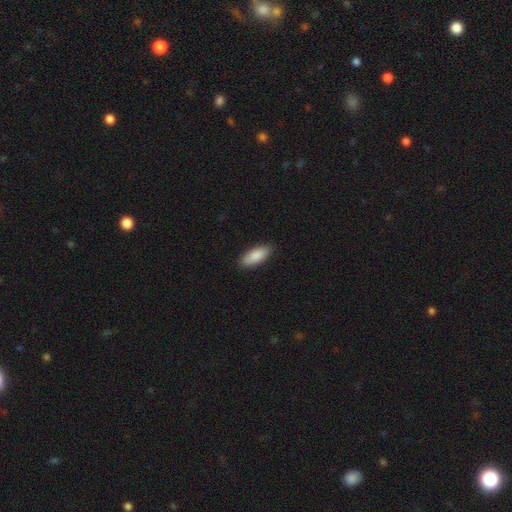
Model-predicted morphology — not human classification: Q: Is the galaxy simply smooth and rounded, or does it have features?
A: smooth — 88%.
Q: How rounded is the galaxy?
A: in between — 80%.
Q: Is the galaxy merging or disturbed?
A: none — 88%.